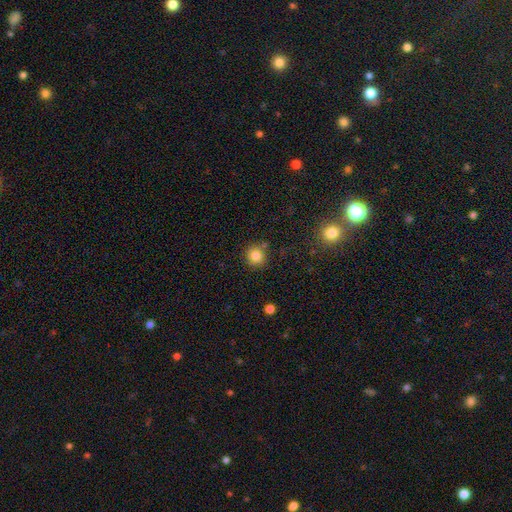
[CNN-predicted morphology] Q: Smooth or featured?
A: smooth (83%); runner-up: star or artifact (12%)
Q: How rounded?
A: round (91%); runner-up: in between (8%)
Q: Merging?
A: none (80%); runner-up: minor disturbance (11%)